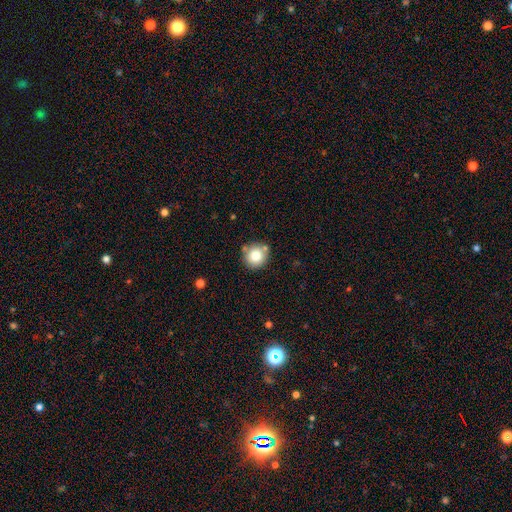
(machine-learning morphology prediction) type=smooth (78%); roundness=round (93%); merging=none (79%).